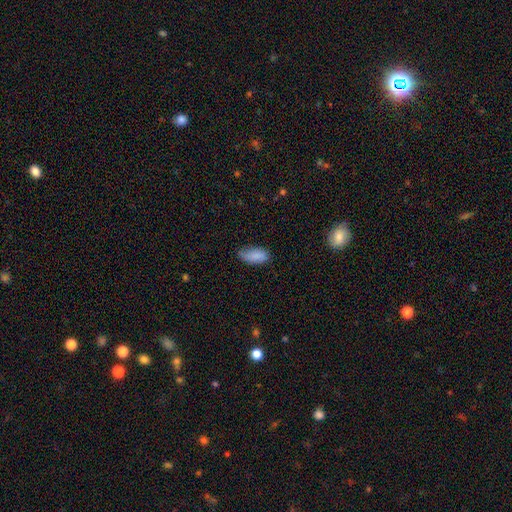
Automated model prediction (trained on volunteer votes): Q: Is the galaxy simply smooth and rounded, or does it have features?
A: smooth — 83%.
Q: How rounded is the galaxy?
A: in between — 91%.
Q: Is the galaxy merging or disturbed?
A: none — 57%.